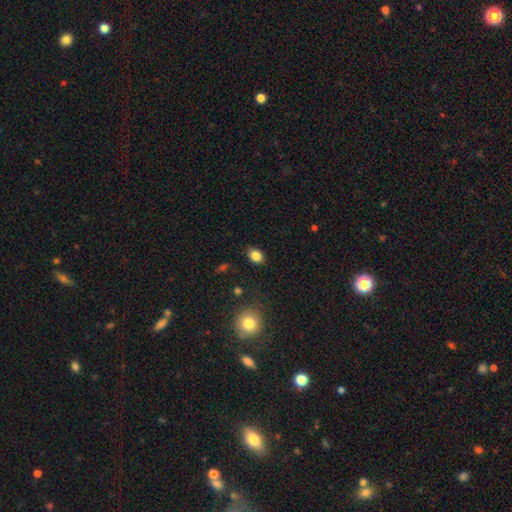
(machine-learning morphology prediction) smooth 84%, star or artifact 10%, featured or disk 6%. Down the decision tree: how rounded — in between (62%); merging — none (84%).